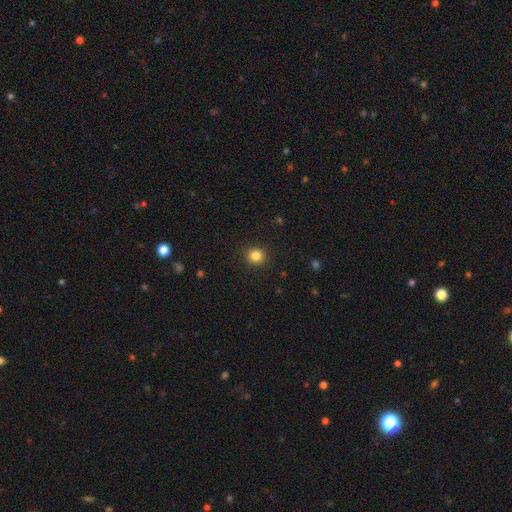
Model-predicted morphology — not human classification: Smooth or featured? smooth (84%)
How rounded? round (87%)
Merging? none (91%)